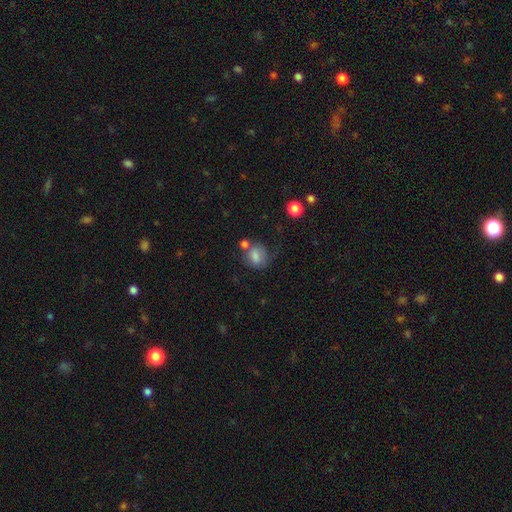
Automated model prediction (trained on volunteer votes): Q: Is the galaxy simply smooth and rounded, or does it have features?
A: smooth — 74%.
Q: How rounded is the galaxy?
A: round — 55%.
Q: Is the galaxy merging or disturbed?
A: none — 45%.